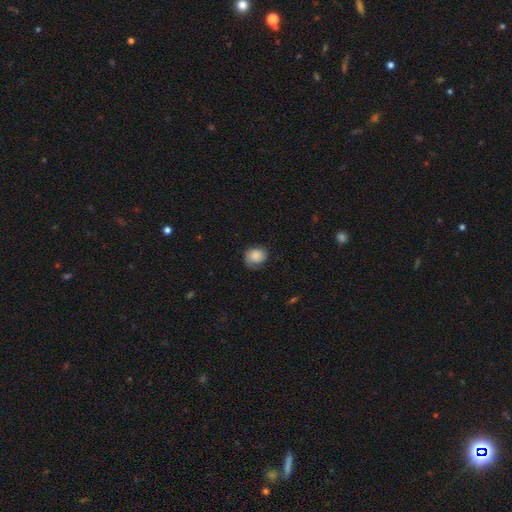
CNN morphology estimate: smooth_or_featured: smooth (p=0.75) [alt: featured or disk p=0.18]
how_rounded: round (p=0.67) [alt: in between p=0.32]
merging: none (p=0.65) [alt: minor disturbance p=0.25]